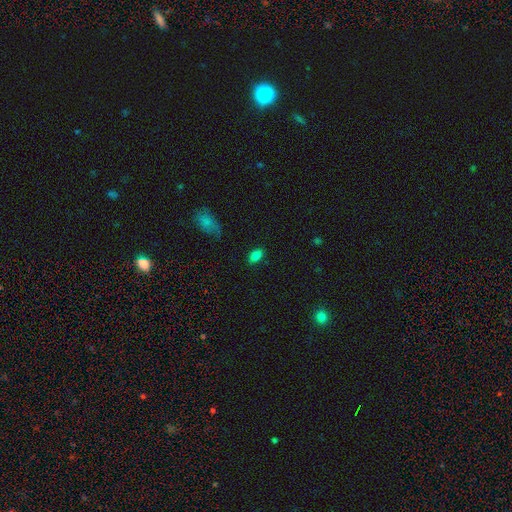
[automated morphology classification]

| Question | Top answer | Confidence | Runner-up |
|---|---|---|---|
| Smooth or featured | smooth | 84% | star or artifact (10%) |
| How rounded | in between | 92% | round (5%) |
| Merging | none | 84% | minor disturbance (11%) |